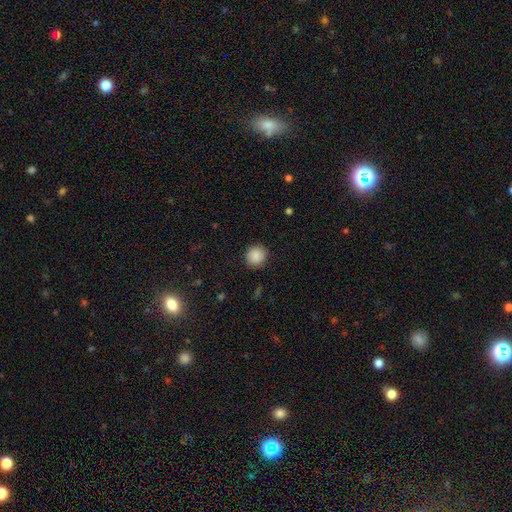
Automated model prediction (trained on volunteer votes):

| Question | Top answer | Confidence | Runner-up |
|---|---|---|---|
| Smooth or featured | smooth | 87% | star or artifact (8%) |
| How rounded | round | 88% | in between (11%) |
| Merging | none | 89% | minor disturbance (8%) |